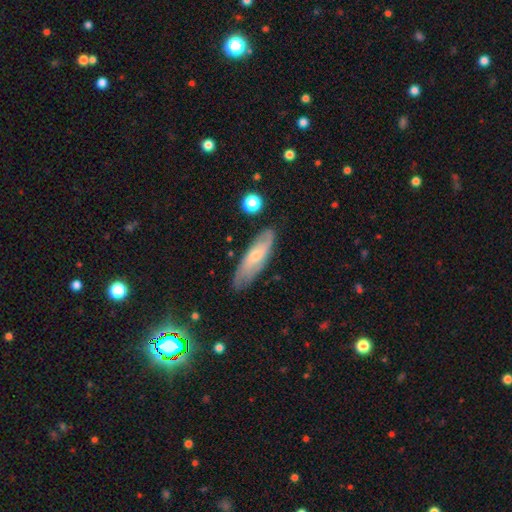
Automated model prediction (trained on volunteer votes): A featured or disk galaxy (48%).

Vote fractions:
- Smooth or featured? featured or disk: 48% / smooth: 46% / star or artifact: 7%
- Merging? none: 77% / minor disturbance: 17% / major disturbance: 4% / merger: 2%